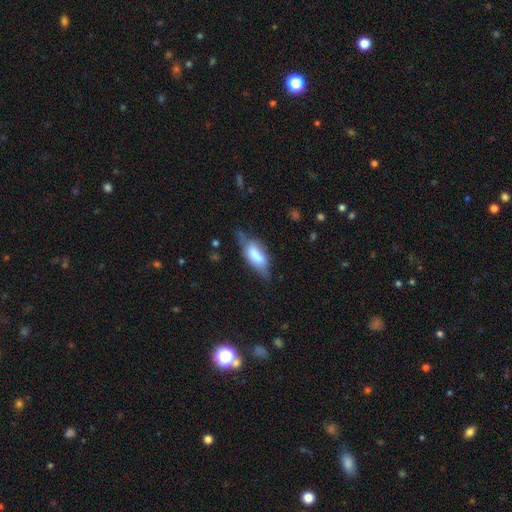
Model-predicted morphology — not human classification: The model was most divided on "merging": none: 39%, minor disturbance: 33%, major disturbance: 17%, merger: 11%. More confident: how rounded — in between (76%); smooth or featured — smooth (62%).